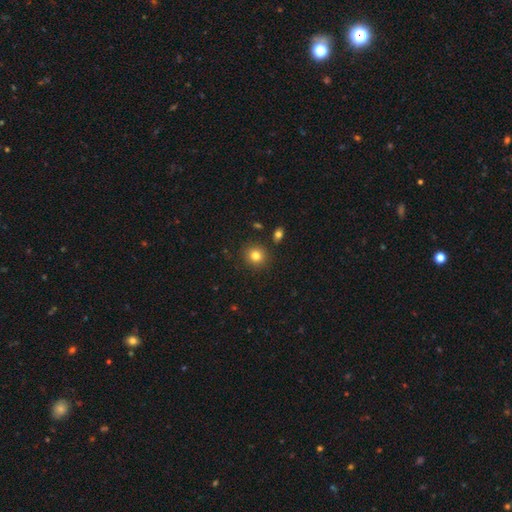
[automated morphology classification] smooth-or-featured: smooth: 81% | star or artifact: 11% | featured or disk: 7%
  how-rounded: round: 88% | in between: 11% | cigar-shaped: 1%
  merging: none: 88% | minor disturbance: 7% | merger: 3% | major disturbance: 2%